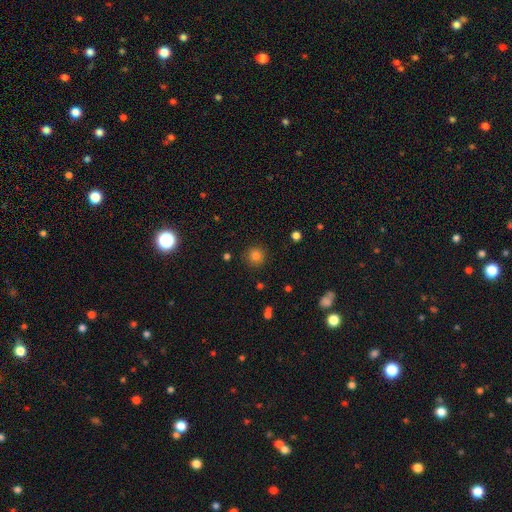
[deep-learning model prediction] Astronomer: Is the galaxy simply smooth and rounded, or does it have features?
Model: smooth — 82%.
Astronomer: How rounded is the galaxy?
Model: round — 94%.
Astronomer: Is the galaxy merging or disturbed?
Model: none — 90%.